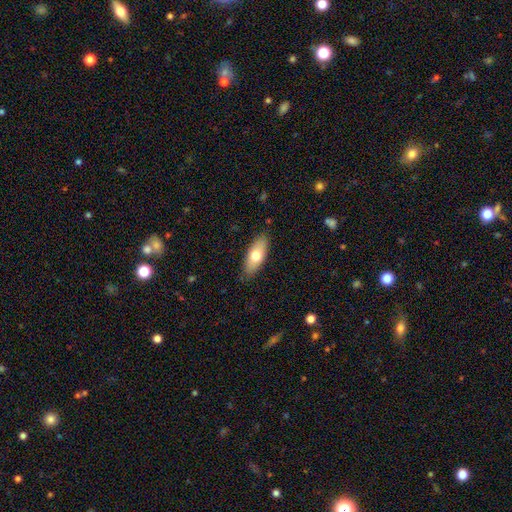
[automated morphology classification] Smooth or featured: smooth — 68% (featured or disk — 26%)
How rounded: in between — 77% (cigar-shaped — 20%)
Merging: none — 86% (minor disturbance — 11%)